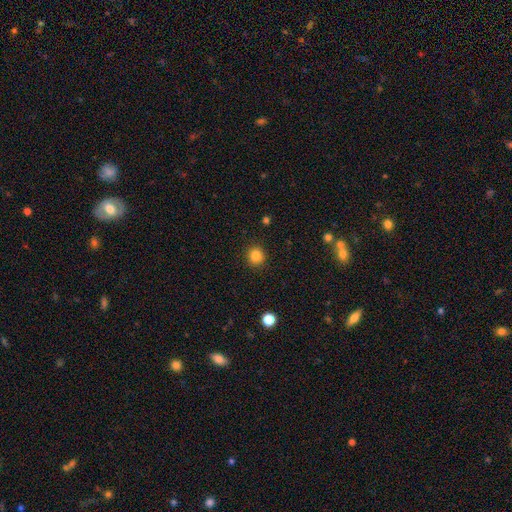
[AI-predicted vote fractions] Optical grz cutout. It shows a smooth galaxy with no disk features (84%) that is round (90%). Merging: none (91%).